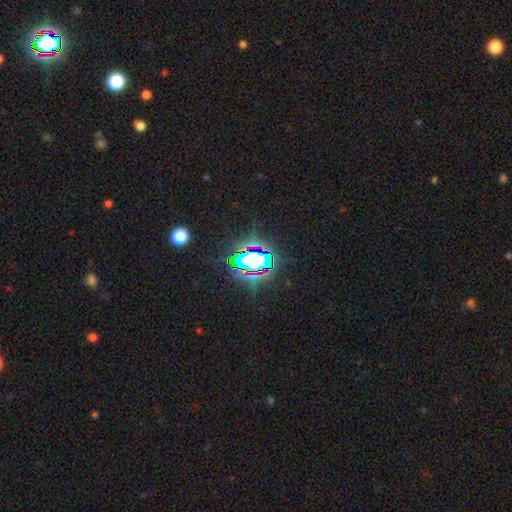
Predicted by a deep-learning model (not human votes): This is likely a star or artifact rather than a galaxy (69%).